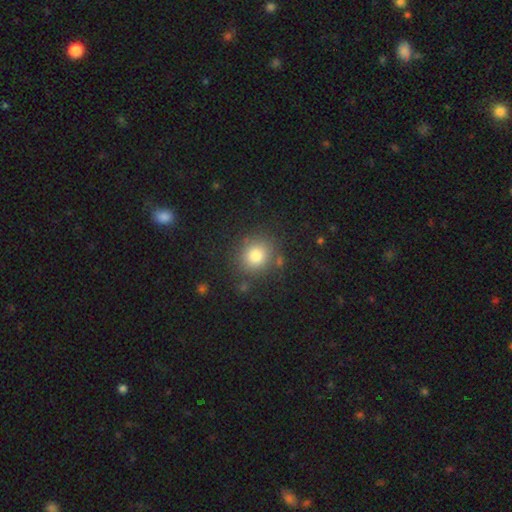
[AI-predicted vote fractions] The model was most divided on "how rounded": round: 83%, in between: 16%, cigar-shaped: 1%. More confident: merging — none (82%); smooth or featured — smooth (80%).